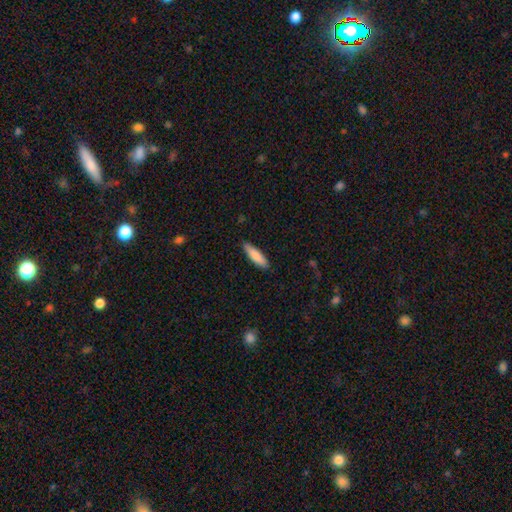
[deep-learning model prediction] A smooth galaxy with no disk features (83%) that is cigar-shaped (68%). Merging: none (87%).